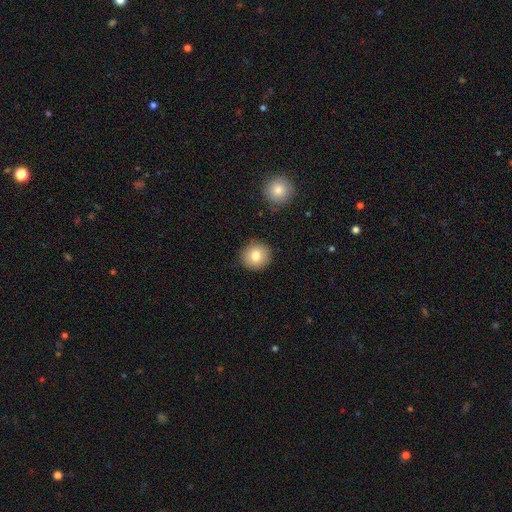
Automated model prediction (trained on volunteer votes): Smooth or featured?
  - smooth: 80% *
  - featured or disk: 10%
  - star or artifact: 9%
How rounded?
  - round: 92% *
  - in between: 7%
  - cigar-shaped: 1%
Merging?
  - none: 89% *
  - minor disturbance: 7%
  - major disturbance: 2%
  - merger: 2%